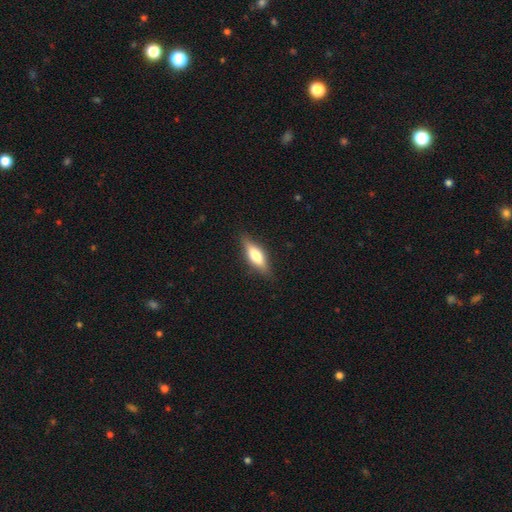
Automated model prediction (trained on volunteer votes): This appears to be a smooth galaxy with no disk features (57%) that is cigar-shaped (53%). Merging: none (84%).